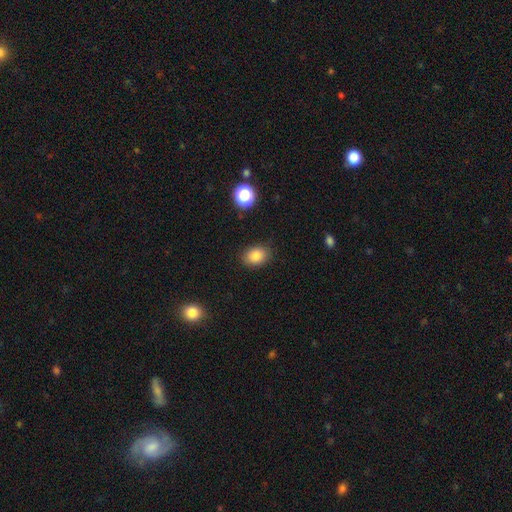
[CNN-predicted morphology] A smooth galaxy with no disk features (85%) that is in between round and cigar-shaped (71%).

Vote fractions:
- Smooth or featured? smooth: 85% / star or artifact: 10% / featured or disk: 5%
- How rounded? in between: 71% / round: 28% / cigar-shaped: 1%
- Merging? none: 85% / minor disturbance: 11% / major disturbance: 3% / merger: 1%